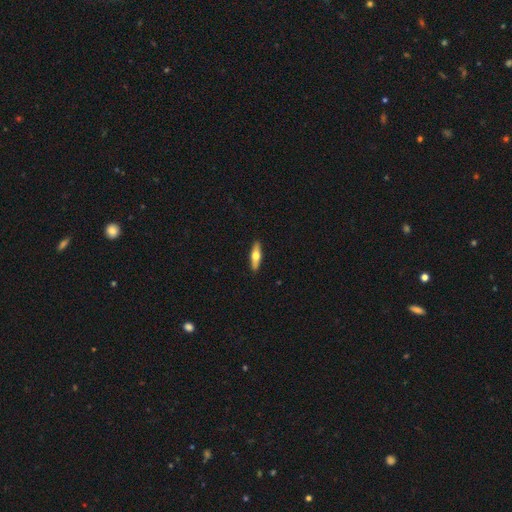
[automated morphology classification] Smooth or featured?
  - smooth: 50% *
  - featured or disk: 45%
  - star or artifact: 5%
How rounded?
  - cigar-shaped: 60% *
  - in between: 37%
  - round: 3%
Merging?
  - none: 91% *
  - minor disturbance: 6%
  - major disturbance: 1%
  - merger: 1%